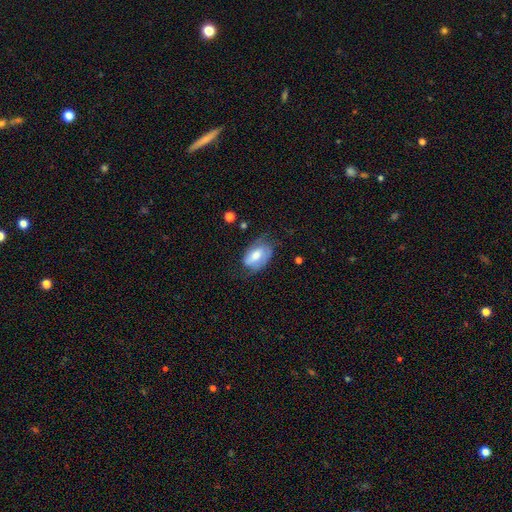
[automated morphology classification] Overall: smooth (47%; featured or disk 46%). Merging: none (53%; minor disturbance 30%).